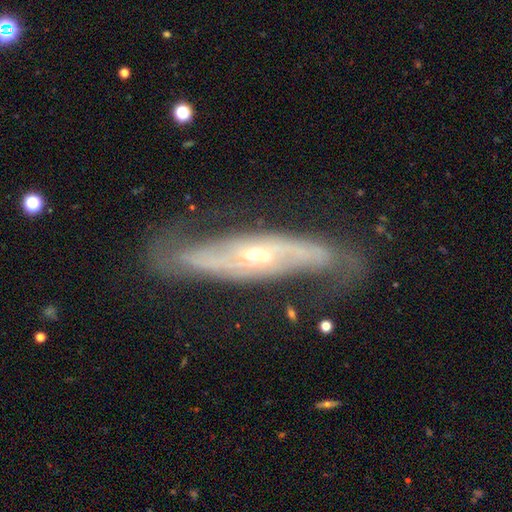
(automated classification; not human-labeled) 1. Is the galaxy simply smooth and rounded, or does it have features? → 82% featured or disk, 12% smooth, 6% star or artifact.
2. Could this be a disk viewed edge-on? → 71% no, 29% yes.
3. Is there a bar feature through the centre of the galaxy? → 56% no, 28% weak, 16% strong.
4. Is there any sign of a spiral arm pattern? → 84% yes, 16% no.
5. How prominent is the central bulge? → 51% moderate, 45% small, 2% large, 1% dominant, 1% none.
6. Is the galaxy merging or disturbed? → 64% none, 22% minor disturbance, 12% major disturbance, 2% merger.